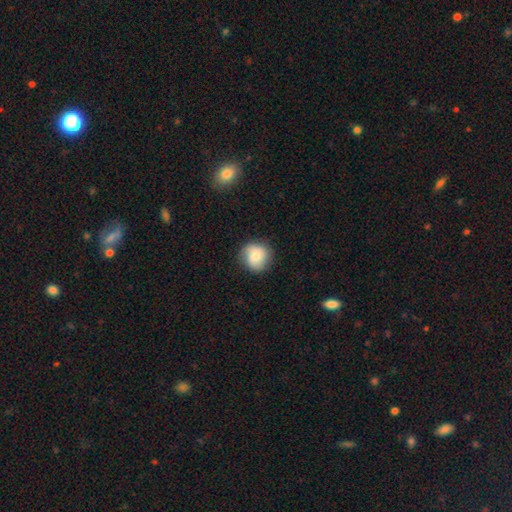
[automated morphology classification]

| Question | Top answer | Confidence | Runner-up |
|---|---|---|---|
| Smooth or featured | smooth | 71% | featured or disk (21%) |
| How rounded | round | 86% | in between (13%) |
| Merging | none | 77% | minor disturbance (17%) |